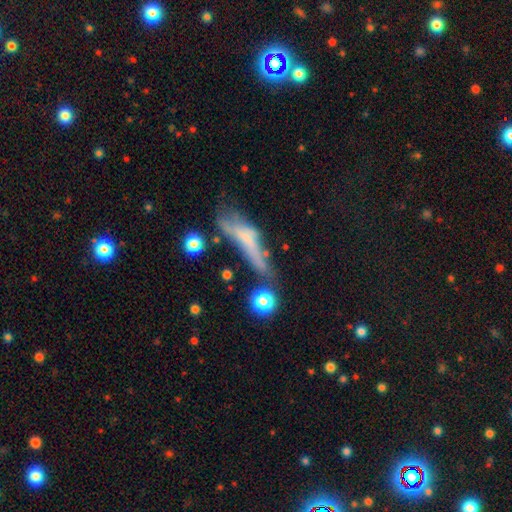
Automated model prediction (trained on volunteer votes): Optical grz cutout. It shows a smooth galaxy with no disk features (46%). Merging: none (33%).